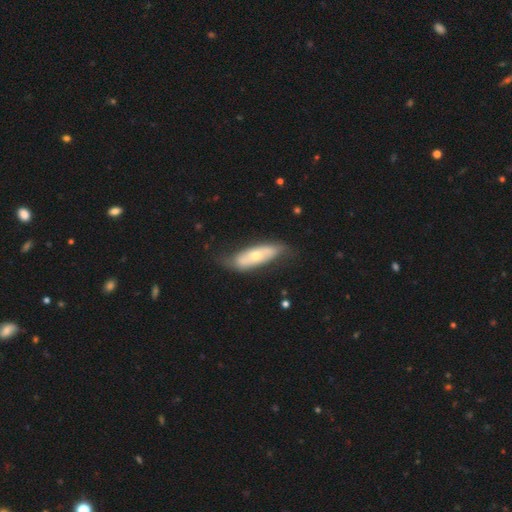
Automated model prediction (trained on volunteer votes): This appears to be a featured or disk galaxy (49%). Merging: none (66%).